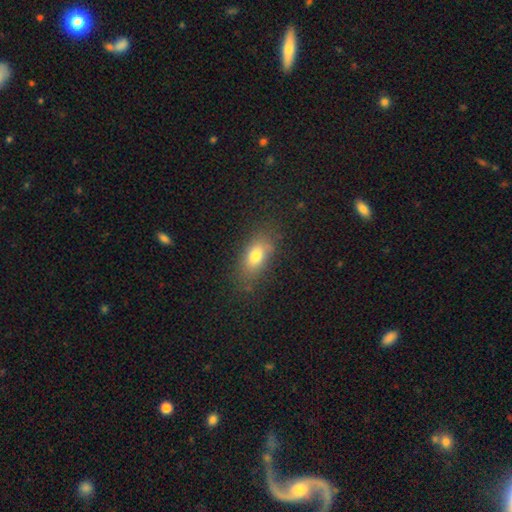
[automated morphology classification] The model was most divided on "merging": none: 74%, minor disturbance: 18%, major disturbance: 6%, merger: 2%. More confident: how rounded — in between (83%); smooth or featured — smooth (76%).